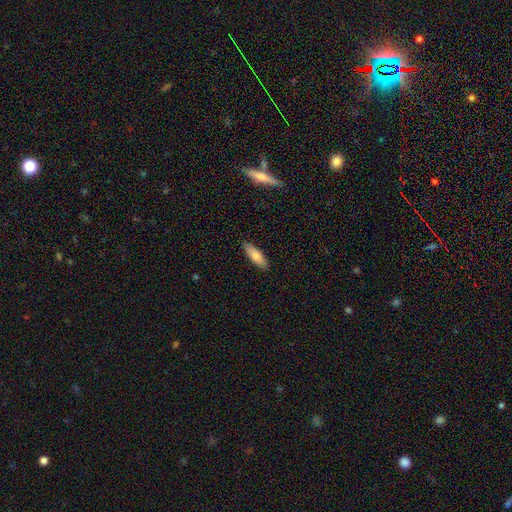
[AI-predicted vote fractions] Overall: smooth (77%). How rounded: in between (53%; cigar-shaped 45%). Merging: none (88%).